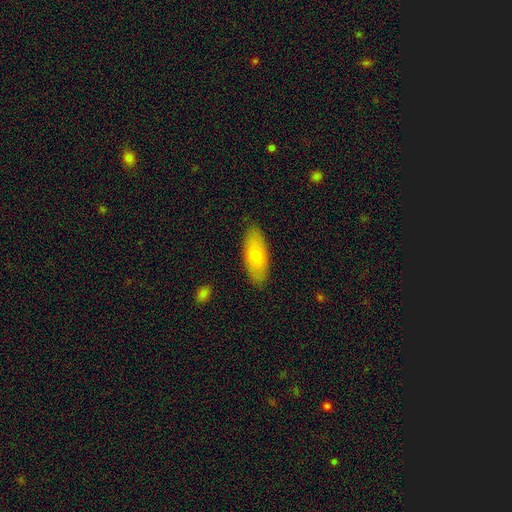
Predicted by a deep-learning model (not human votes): Overall: smooth (71%). How rounded: in between (78%). Merging: none (87%).